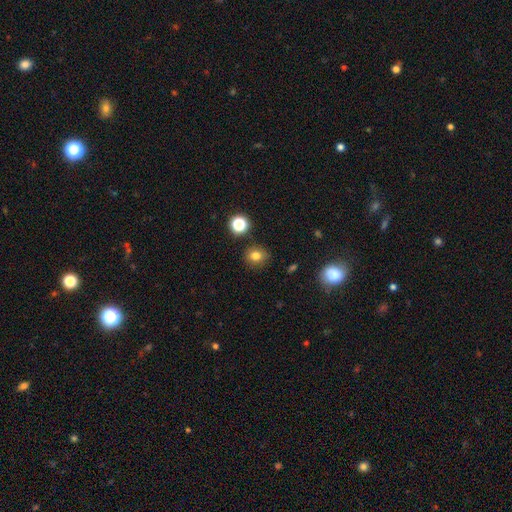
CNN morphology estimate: Q: Smooth or featured?
A: smooth (78%); runner-up: star or artifact (14%)
Q: How rounded?
A: round (75%); runner-up: in between (24%)
Q: Merging?
A: none (86%); runner-up: minor disturbance (9%)